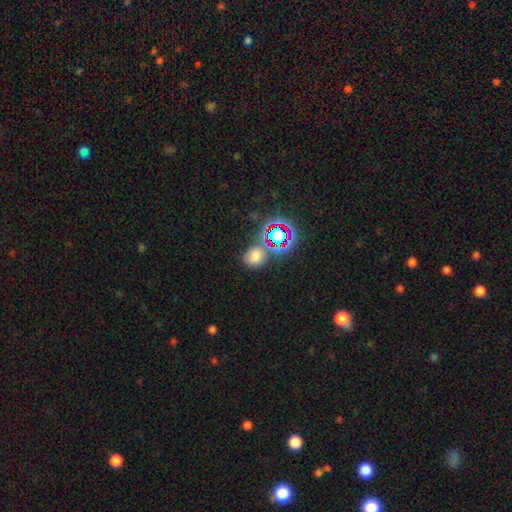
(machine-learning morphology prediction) This appears to be a smooth galaxy with no disk features (64%) that is round (57%). Merging: none (64%).